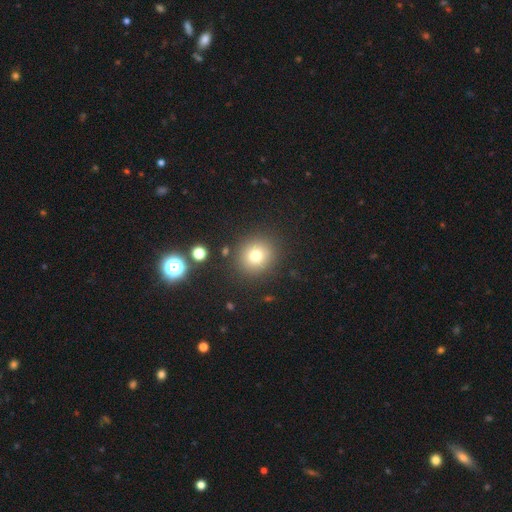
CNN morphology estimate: Smooth or featured?
  - smooth: 76% *
  - star or artifact: 15%
  - featured or disk: 10%
How rounded?
  - round: 87% *
  - in between: 12%
  - cigar-shaped: 1%
Merging?
  - none: 87% *
  - minor disturbance: 7%
  - major disturbance: 3%
  - merger: 3%